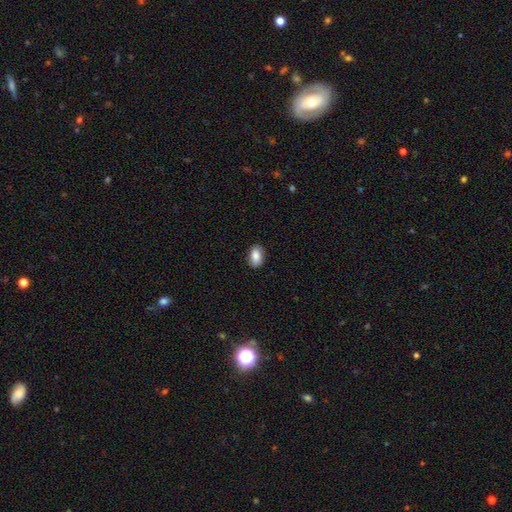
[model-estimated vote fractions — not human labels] This is clearly a smooth galaxy (80%). How rounded: clearly in between (85%). Merging: clearly none (85%).